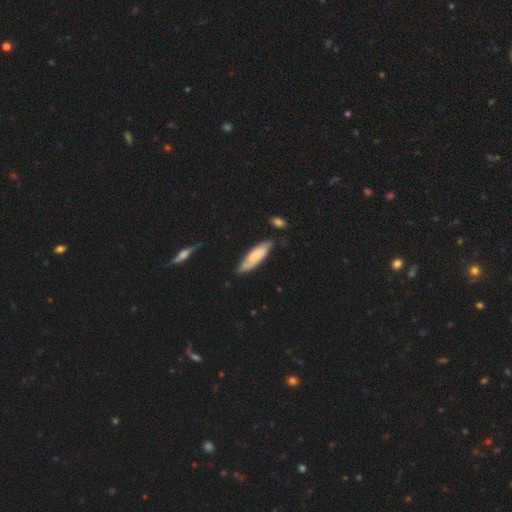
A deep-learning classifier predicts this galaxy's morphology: Smooth or featured? smooth (65%)
How rounded? cigar-shaped (53%)
Merging? none (72%)